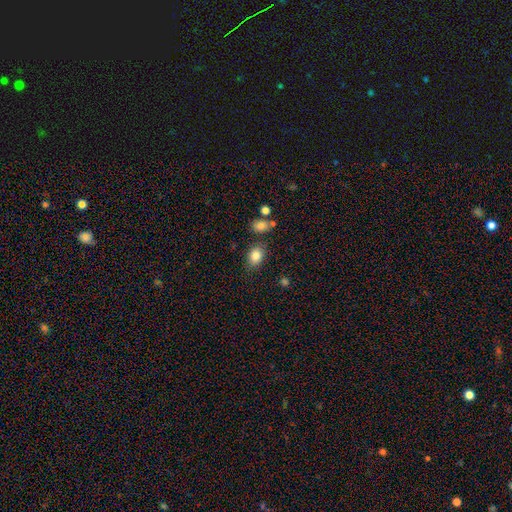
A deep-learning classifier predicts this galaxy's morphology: This appears to be a smooth galaxy with no disk features (83%) that is in between round and cigar-shaped (68%). Merging: none (77%).